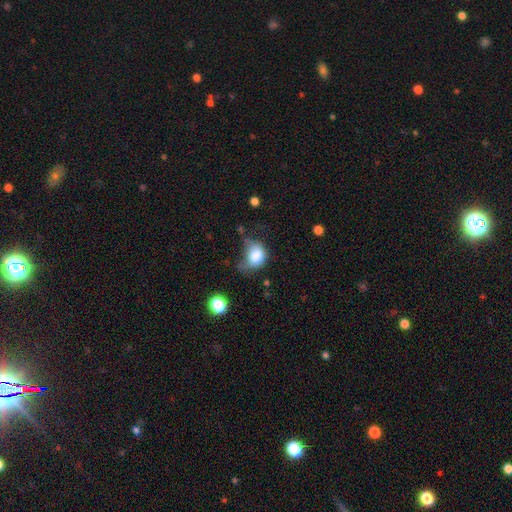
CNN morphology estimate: Smooth or featured: smooth — 79% (featured or disk — 11%)
How rounded: round — 53% (in between — 46%)
Merging: minor disturbance — 37% (none — 29%)